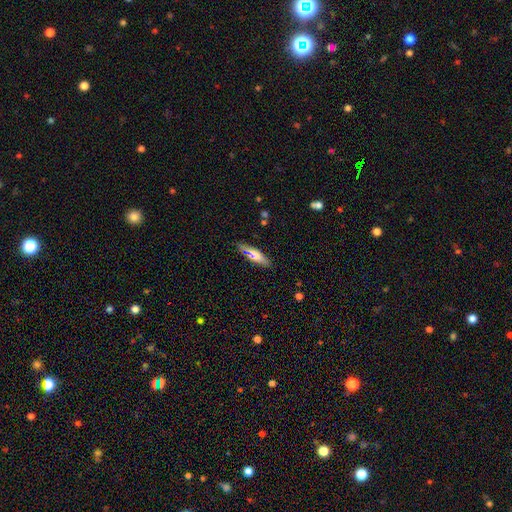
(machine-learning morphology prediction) Q: Smooth or featured?
A: smooth (61%); runner-up: featured or disk (30%)
Q: How rounded?
A: cigar-shaped (61%); runner-up: in between (37%)
Q: Merging?
A: none (84%); runner-up: minor disturbance (11%)